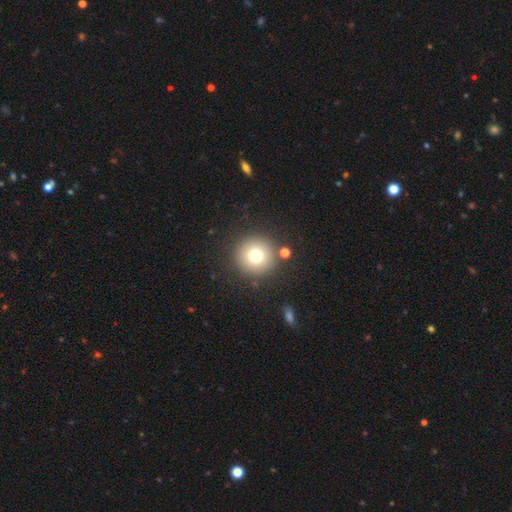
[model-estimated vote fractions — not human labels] A smooth galaxy with no disk features (75%) that is round (95%). Merging: none (87%).